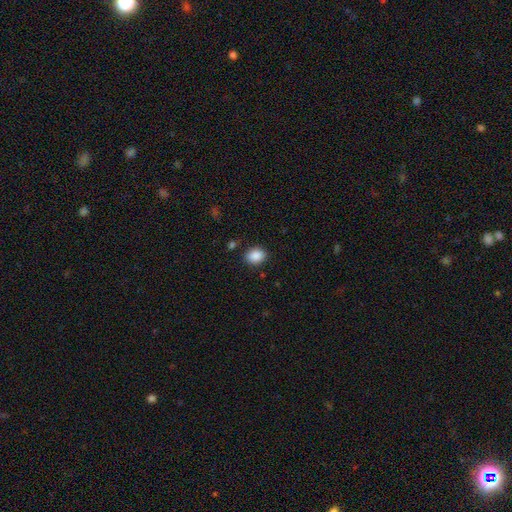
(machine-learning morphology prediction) smooth_or_featured: smooth (p=0.88) [alt: star or artifact p=0.08]
how_rounded: in between (p=0.52) [alt: round p=0.47]
merging: none (p=0.86) [alt: minor disturbance p=0.09]